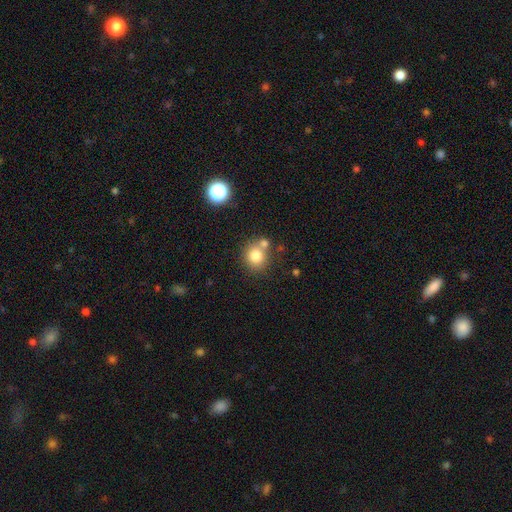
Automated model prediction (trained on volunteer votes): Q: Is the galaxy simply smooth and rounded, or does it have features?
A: smooth — 79%.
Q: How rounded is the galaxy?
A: round — 85%.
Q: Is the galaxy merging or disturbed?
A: none — 63%.